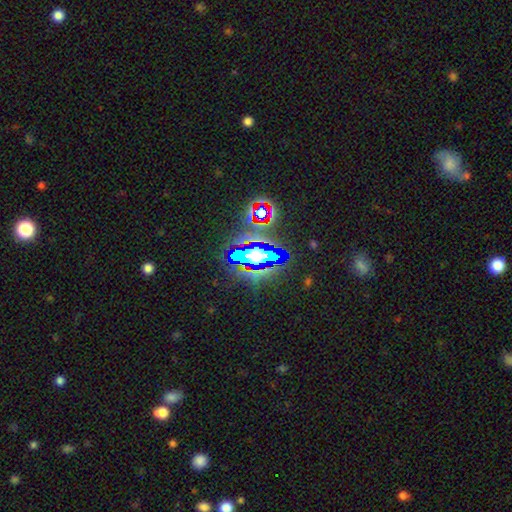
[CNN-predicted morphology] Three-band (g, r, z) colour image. It shows a star or artifact, not a galaxy (62%).